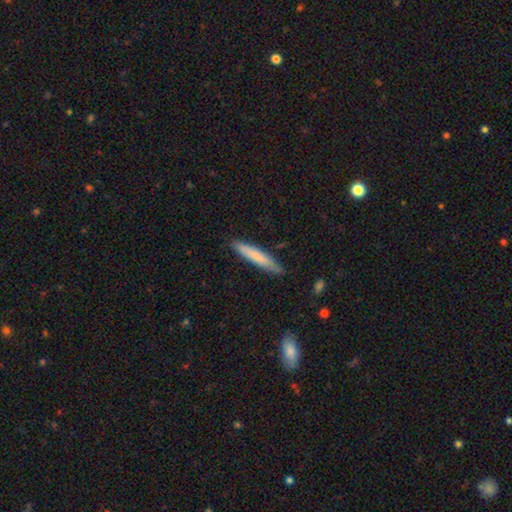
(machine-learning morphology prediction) smooth_or_featured: smooth (p=0.73) [alt: featured or disk p=0.22]
how_rounded: cigar-shaped (p=0.93) [alt: in between p=0.06]
merging: none (p=0.86) [alt: minor disturbance p=0.11]